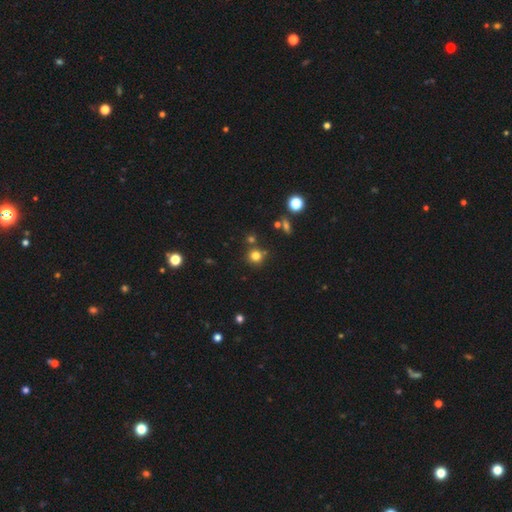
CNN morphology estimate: A smooth galaxy with no disk features (77%) that is round (92%).

Vote fractions:
- Smooth or featured? smooth: 77% / star or artifact: 17% / featured or disk: 6%
- How rounded? round: 92% / in between: 7% / cigar-shaped: 1%
- Merging? none: 77% / merger: 10% / minor disturbance: 9% / major disturbance: 3%